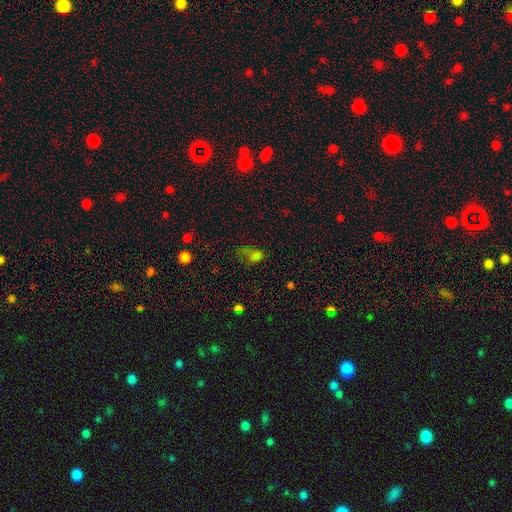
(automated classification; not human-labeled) Smooth or featured?
  - smooth: 63% *
  - star or artifact: 26%
  - featured or disk: 11%
How rounded?
  - in between: 67% *
  - round: 29%
  - cigar-shaped: 4%
Merging?
  - none: 33% * (tied)
  - major disturbance: 33% * (tied)
  - minor disturbance: 23%
  - merger: 11%